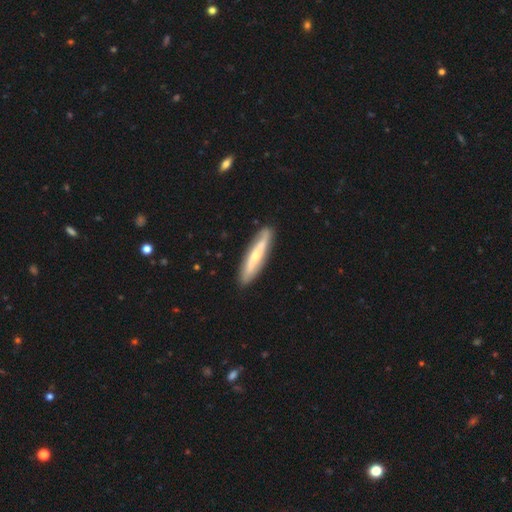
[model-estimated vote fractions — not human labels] smooth-or-featured: featured or disk: 55% | smooth: 40% | star or artifact: 5%
  disk-edge-on: yes: 68% | no: 32%
  merging: none: 88% | minor disturbance: 9% | major disturbance: 2% | merger: 1%